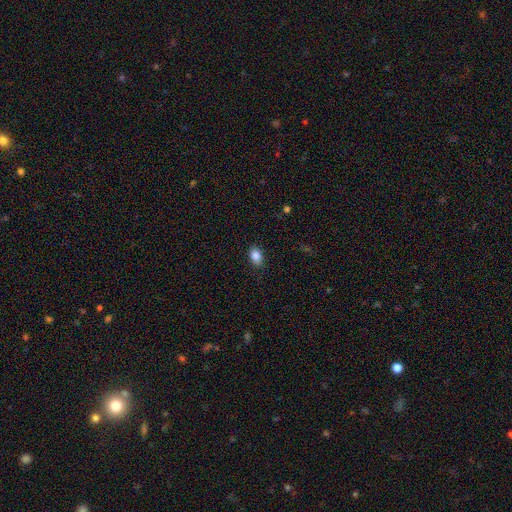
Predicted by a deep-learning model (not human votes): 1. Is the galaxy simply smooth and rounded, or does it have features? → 86% smooth, 9% star or artifact, 5% featured or disk.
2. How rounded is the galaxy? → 84% in between, 14% round, 1% cigar-shaped.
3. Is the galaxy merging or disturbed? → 87% none, 10% minor disturbance, 2% major disturbance, 1% merger.